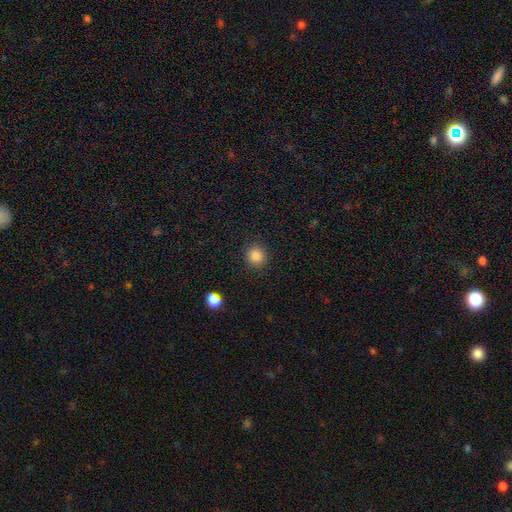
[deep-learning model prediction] This appears to be a smooth galaxy with no disk features (85%) that is round (87%). Merging: none (89%).